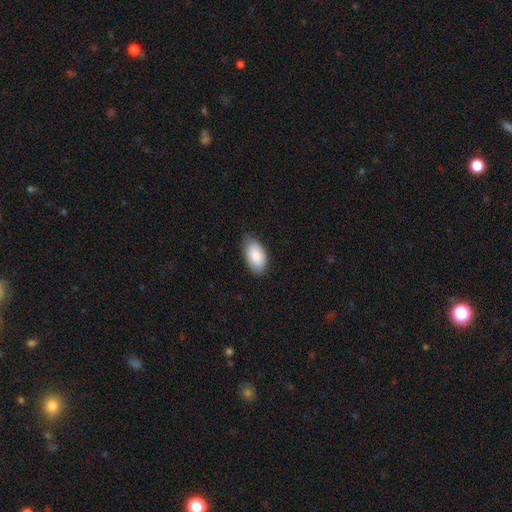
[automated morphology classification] Smooth or featured?
  - smooth: 87% *
  - featured or disk: 7%
  - star or artifact: 6%
How rounded?
  - in between: 95% *
  - round: 3%
  - cigar-shaped: 2%
Merging?
  - none: 68% *
  - minor disturbance: 27%
  - major disturbance: 4%
  - merger: 1%